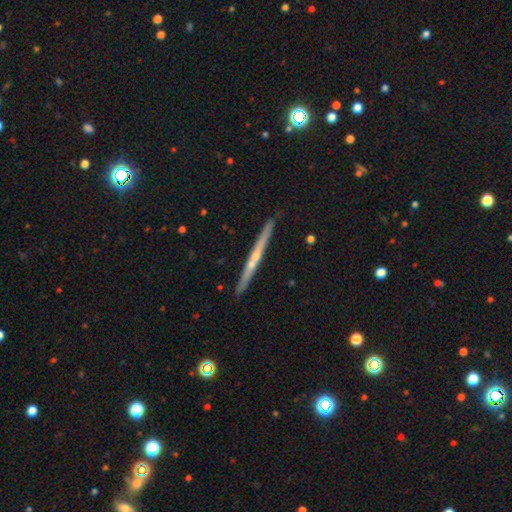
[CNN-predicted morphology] Overall: featured or disk (64%; smooth 25%). Edge-on disk: yes (96%). Edge-on bulge: none (48%; rounded 44%). Merging: none (88%).